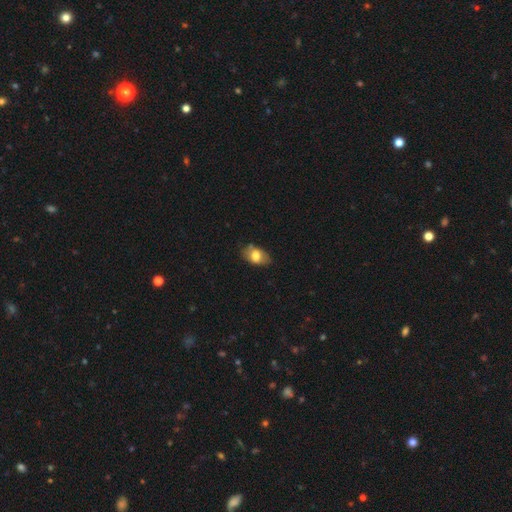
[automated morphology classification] smooth 73%, featured or disk 20%, star or artifact 8%. Down the decision tree: how rounded — in between (88%); merging — none (71%).